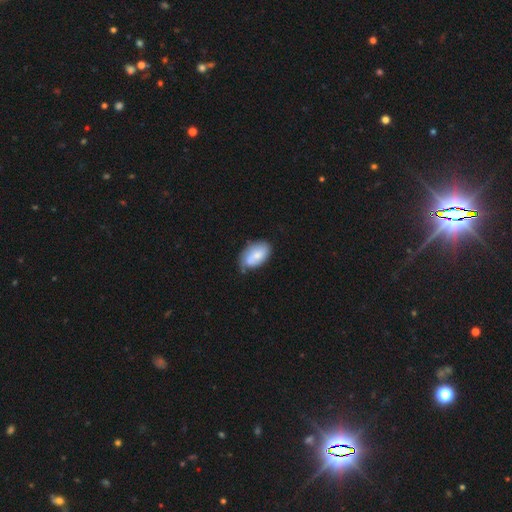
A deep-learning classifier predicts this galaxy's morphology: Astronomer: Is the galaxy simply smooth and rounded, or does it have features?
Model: smooth — 69%.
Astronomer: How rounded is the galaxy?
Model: in between — 93%.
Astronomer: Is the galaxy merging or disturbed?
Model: none — 61%.